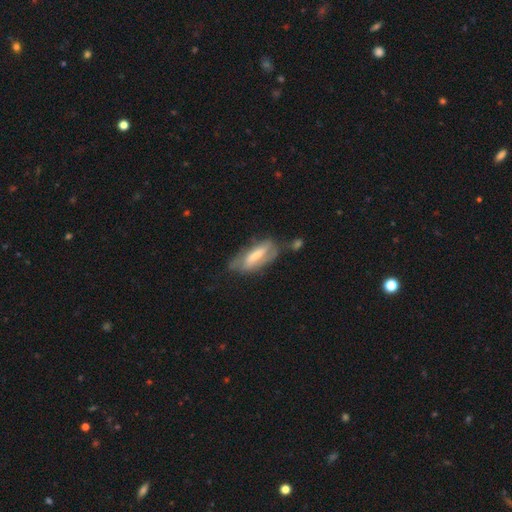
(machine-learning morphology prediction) Q: Smooth or featured?
A: featured or disk (48%); runner-up: smooth (46%)
Q: Merging?
A: none (46%); runner-up: minor disturbance (30%)